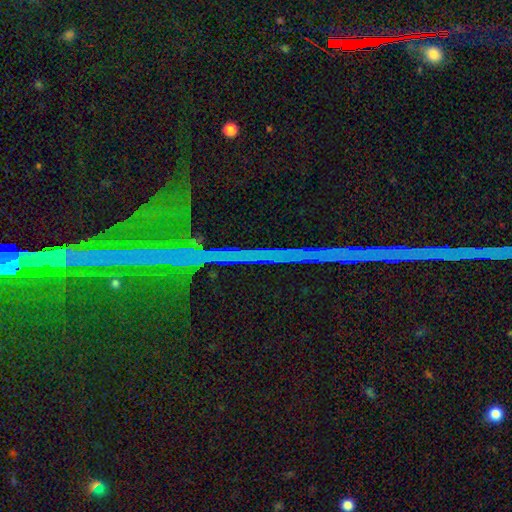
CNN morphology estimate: Smooth or featured? Predicted: star or artifact (p=0.83).